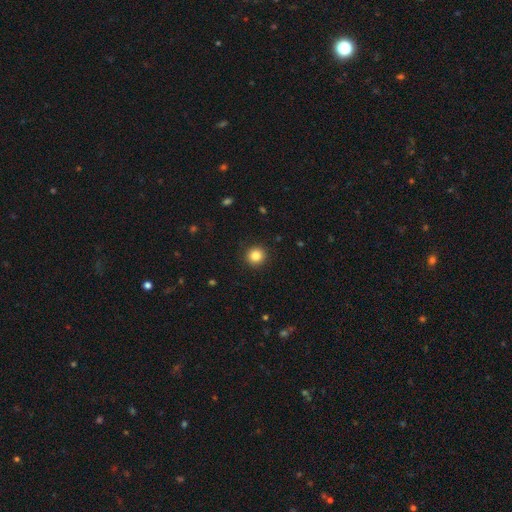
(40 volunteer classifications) smooth_or_featured: smooth (p=0.88) [alt: star or artifact p=0.10]
how_rounded: round (p=0.97) [alt: in between p=0.03]
merging: none (p=0.83) [alt: minor disturbance p=0.08]